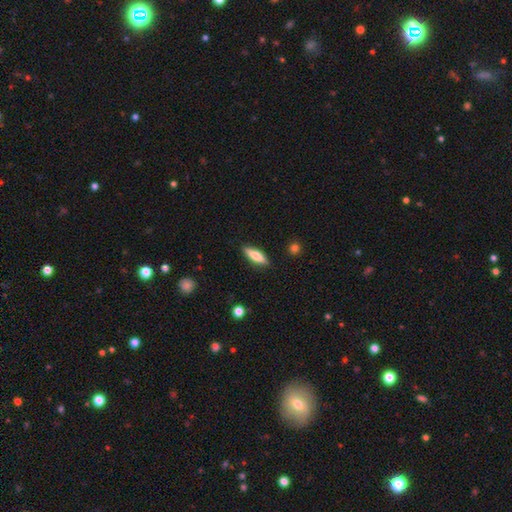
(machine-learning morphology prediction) Smooth or featured? smooth (64%)
How rounded? cigar-shaped (60%)
Merging? none (88%)